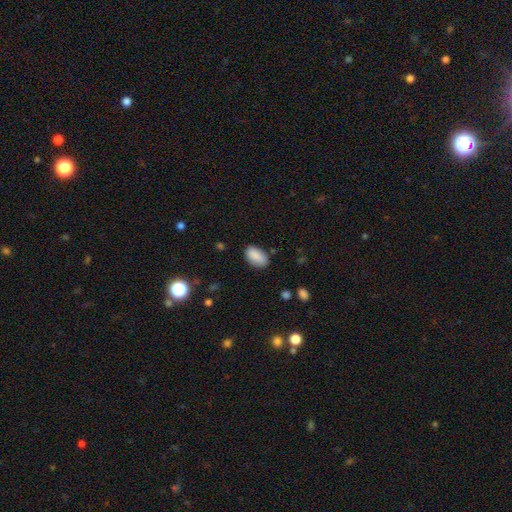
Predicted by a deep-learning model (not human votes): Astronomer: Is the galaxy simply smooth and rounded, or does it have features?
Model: smooth — 88%.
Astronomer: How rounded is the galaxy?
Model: in between — 93%.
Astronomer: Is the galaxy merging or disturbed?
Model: none — 80%.